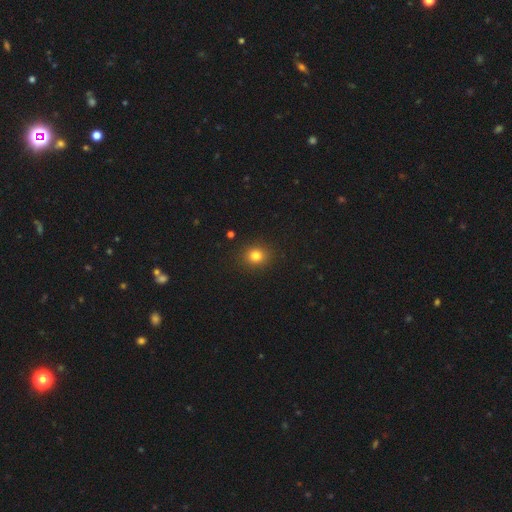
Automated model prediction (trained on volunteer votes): This appears to be a smooth galaxy with no disk features (81%) that is round (78%). Merging: none (90%).